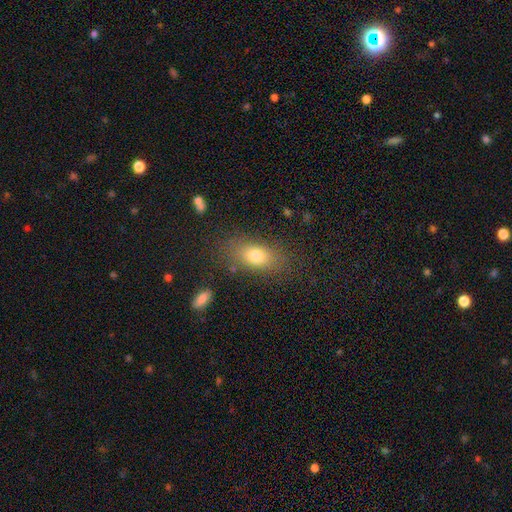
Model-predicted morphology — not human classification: Smooth or featured: smooth — 76% (featured or disk — 13%)
How rounded: in between — 80% (round — 14%)
Merging: none — 79% (minor disturbance — 13%)